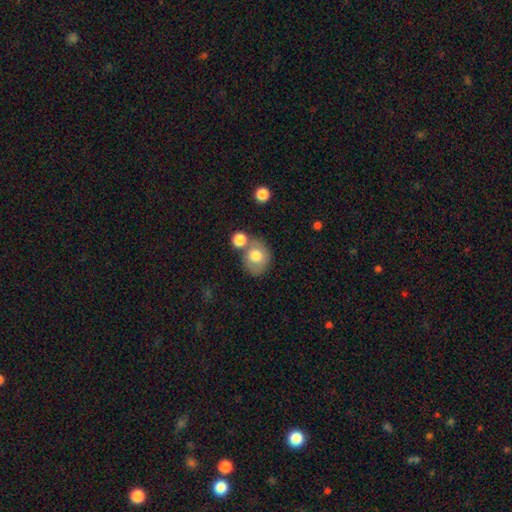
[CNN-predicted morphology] Smooth or featured? Predicted: smooth (p=0.74). How rounded? Predicted: round (p=0.62). Merging? Predicted: none (p=0.52).